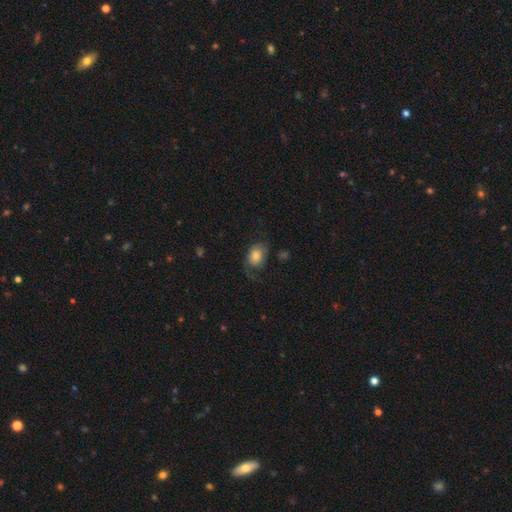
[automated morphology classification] Smooth or featured: smooth — 62% (featured or disk — 30%)
How rounded: in between — 70% (round — 29%)
Merging: none — 46% (major disturbance — 27%)